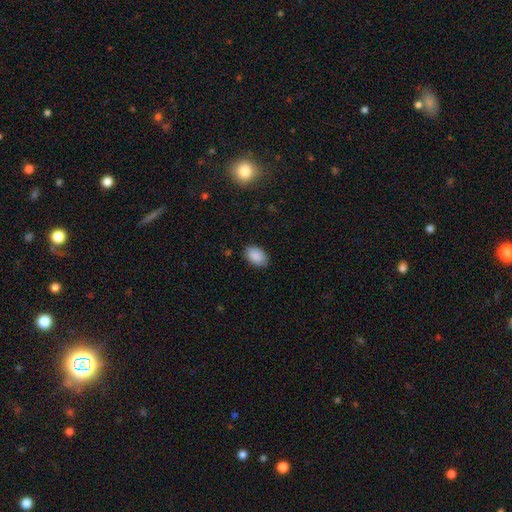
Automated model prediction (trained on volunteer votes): This appears to be a smooth galaxy with no disk features (89%) that is in between round and cigar-shaped (90%). Merging: none (85%).